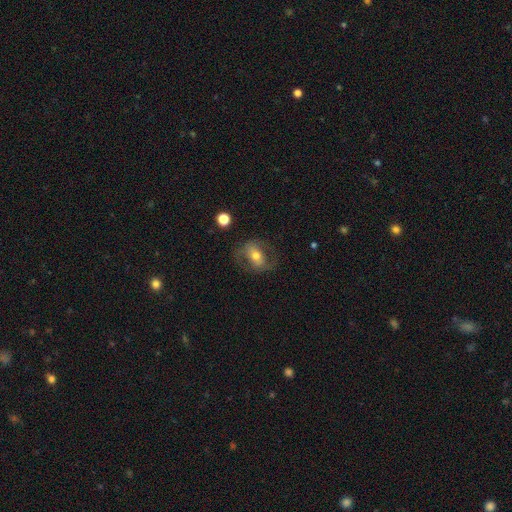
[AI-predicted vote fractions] Smooth or featured? Predicted: featured or disk (p=0.49). Merging? Predicted: none (p=0.66).